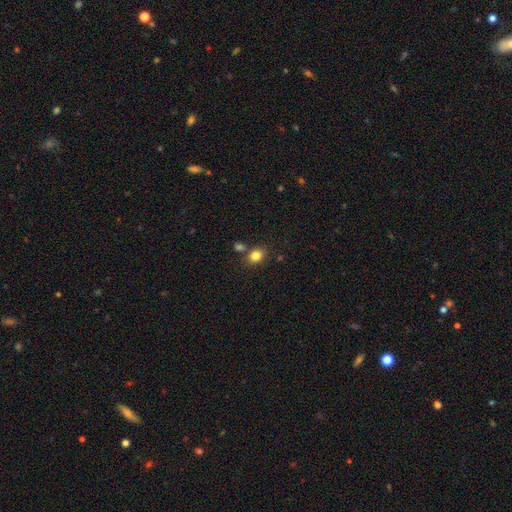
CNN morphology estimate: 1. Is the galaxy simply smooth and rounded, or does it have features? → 83% smooth, 11% star or artifact, 6% featured or disk.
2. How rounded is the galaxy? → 50% in between, 49% round, 1% cigar-shaped.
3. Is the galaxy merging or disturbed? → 73% none, 12% merger, 11% minor disturbance, 3% major disturbance.